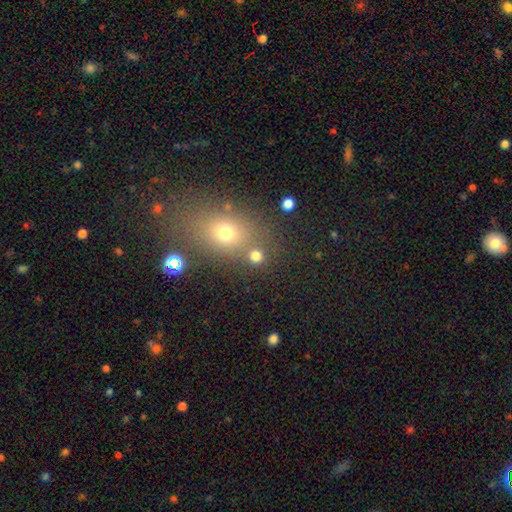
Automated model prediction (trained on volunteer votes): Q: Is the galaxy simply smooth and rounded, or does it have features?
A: smooth — 75%.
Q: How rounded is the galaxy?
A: round — 83%.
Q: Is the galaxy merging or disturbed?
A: none — 72%.